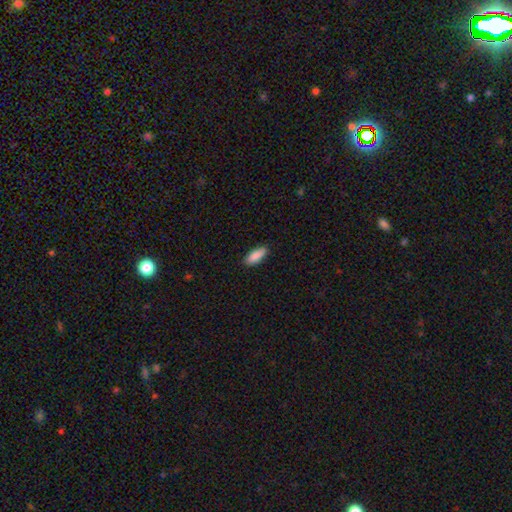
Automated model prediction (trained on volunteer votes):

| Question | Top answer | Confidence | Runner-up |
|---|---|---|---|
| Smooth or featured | smooth | 88% | featured or disk (6%) |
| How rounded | in between | 72% | cigar-shaped (26%) |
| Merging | none | 89% | minor disturbance (9%) |